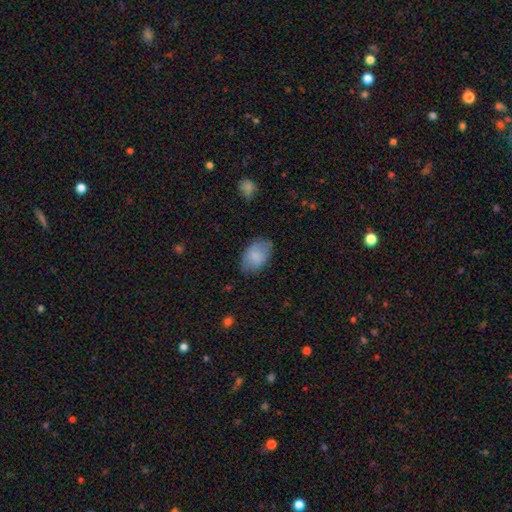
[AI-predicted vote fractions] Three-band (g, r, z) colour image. It shows a smooth galaxy with no disk features (81%) that is in between round and cigar-shaped (89%). Merging: none (75%).